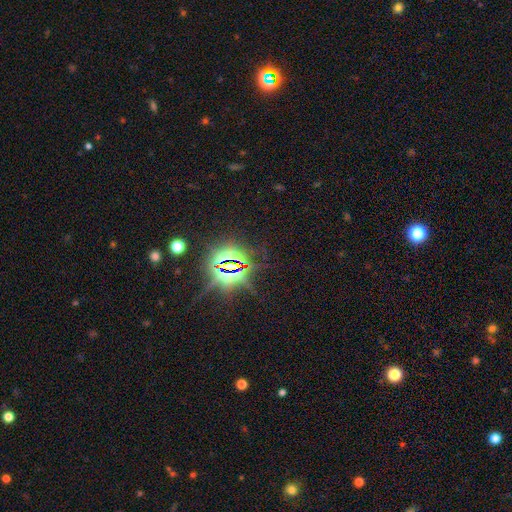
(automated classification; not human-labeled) A star or artifact, not a galaxy (85%).